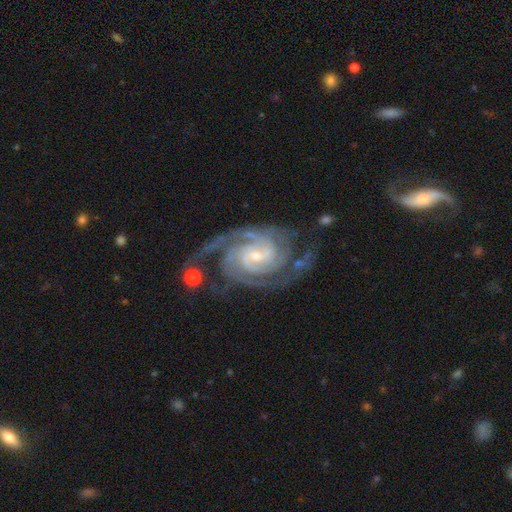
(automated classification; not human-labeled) A featured or disk galaxy (93%) with no bar (41%), 2 (48%) tight (63%) spiral arms (99%) and a small central bulge (68%). Merging: none (66%).